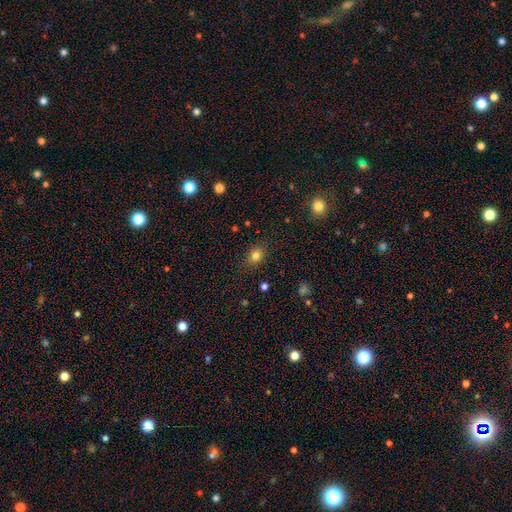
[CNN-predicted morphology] Smooth or featured: smooth — 81% (star or artifact — 13%)
How rounded: in between — 51% (round — 48%)
Merging: none — 85% (minor disturbance — 11%)